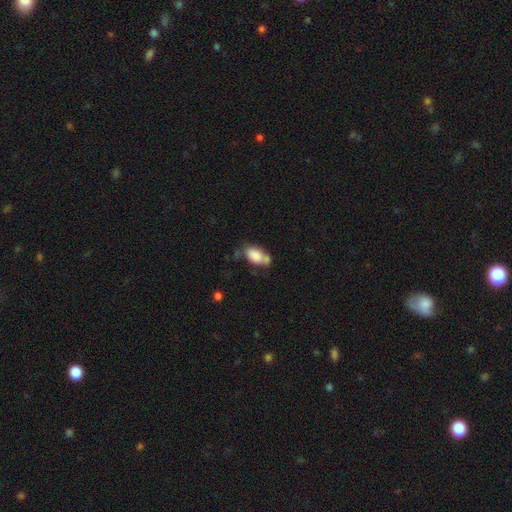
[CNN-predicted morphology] Q: Smooth or featured?
A: smooth (81%); runner-up: featured or disk (11%)
Q: How rounded?
A: in between (90%); runner-up: round (8%)
Q: Merging?
A: none (41%); runner-up: merger (31%)